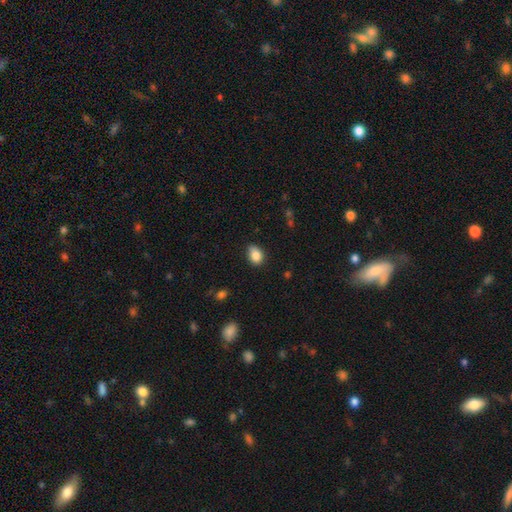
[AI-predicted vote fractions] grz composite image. It shows a smooth galaxy with no disk features (85%) that is in between round and cigar-shaped (70%). Merging: none (66%).